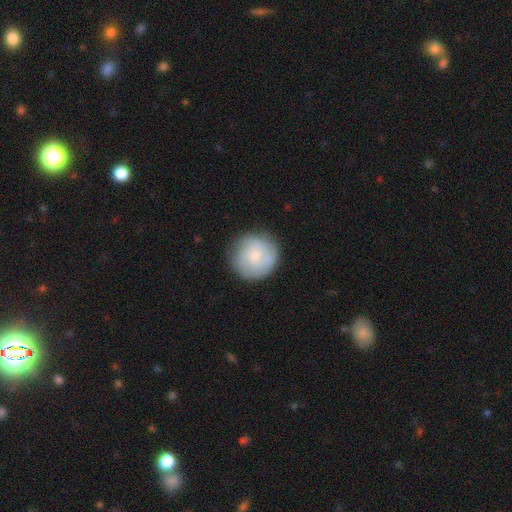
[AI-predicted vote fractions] A smooth galaxy with no disk features (59%) that is round (93%).

Vote fractions:
- Smooth or featured? smooth: 59% / featured or disk: 35% / star or artifact: 6%
- How rounded? round: 93% / in between: 6% / cigar-shaped: 1%
- Merging? none: 80% / minor disturbance: 14% / major disturbance: 4% / merger: 2%